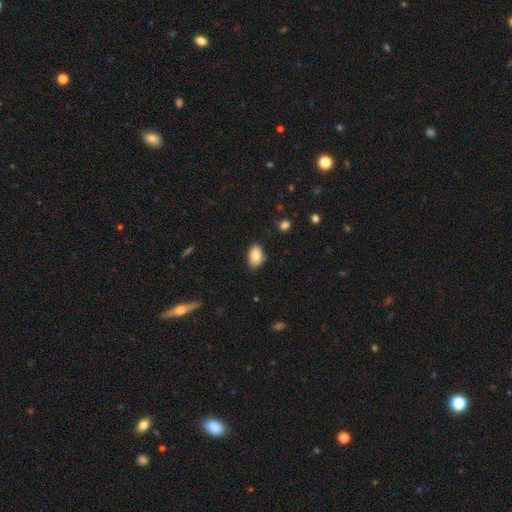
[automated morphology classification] smooth 84%, featured or disk 9%, star or artifact 8%. Down the decision tree: how rounded — in between (89%); merging — none (73%).